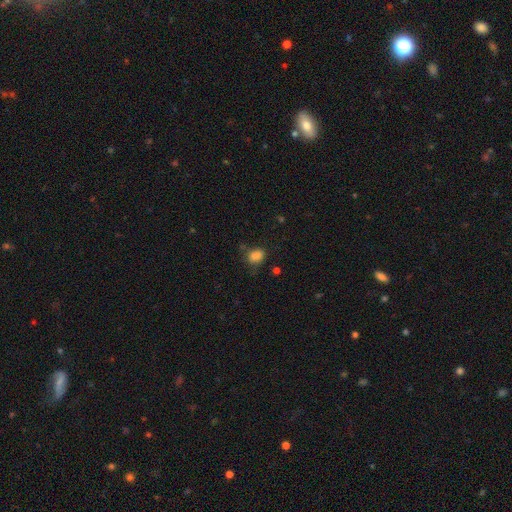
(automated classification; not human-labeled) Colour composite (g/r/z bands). It shows a smooth galaxy with no disk features (83%) that is in between round and cigar-shaped (58%). Merging: none (63%).